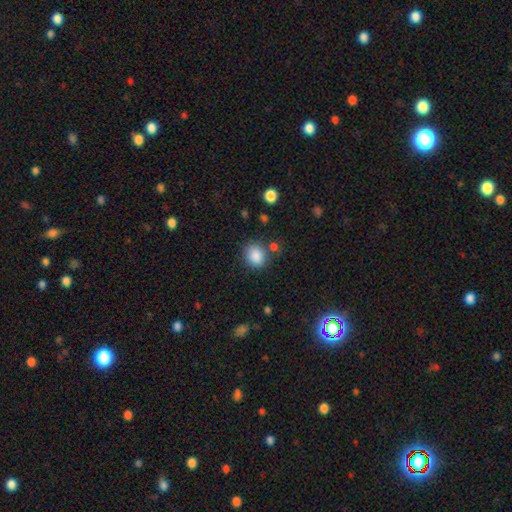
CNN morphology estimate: Smooth or featured?
  - smooth: 86% *
  - star or artifact: 9%
  - featured or disk: 4%
How rounded?
  - round: 63% *
  - in between: 36%
  - cigar-shaped: 1%
Merging?
  - none: 76% *
  - minor disturbance: 13%
  - merger: 7%
  - major disturbance: 4%